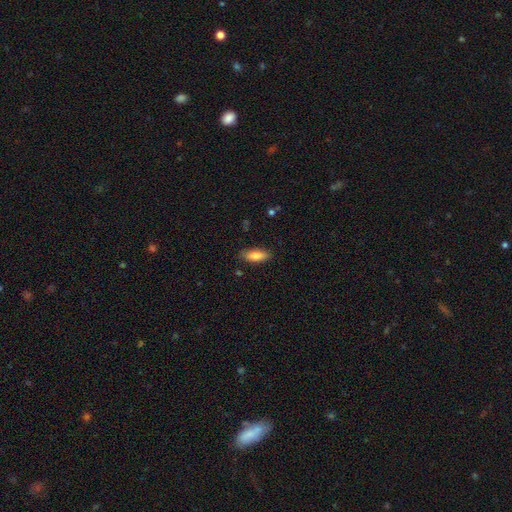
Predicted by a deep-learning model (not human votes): Smooth or featured?
  - smooth: 82% *
  - featured or disk: 11%
  - star or artifact: 7%
How rounded?
  - in between: 73% *
  - cigar-shaped: 25%
  - round: 2%
Merging?
  - none: 82% *
  - minor disturbance: 14%
  - major disturbance: 3%
  - merger: 1%